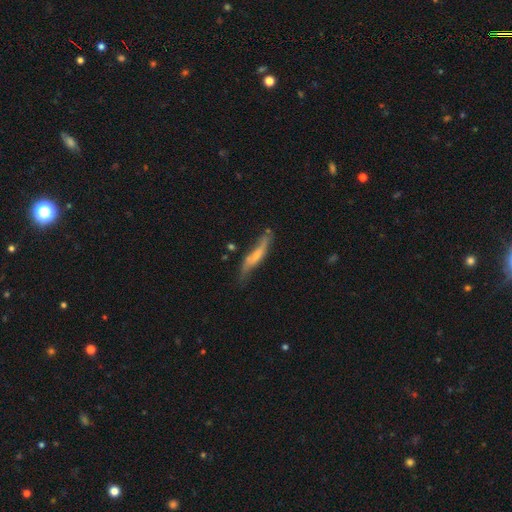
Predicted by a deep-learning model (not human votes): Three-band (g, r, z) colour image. It shows a featured or disk galaxy (48%). Merging: none (56%).